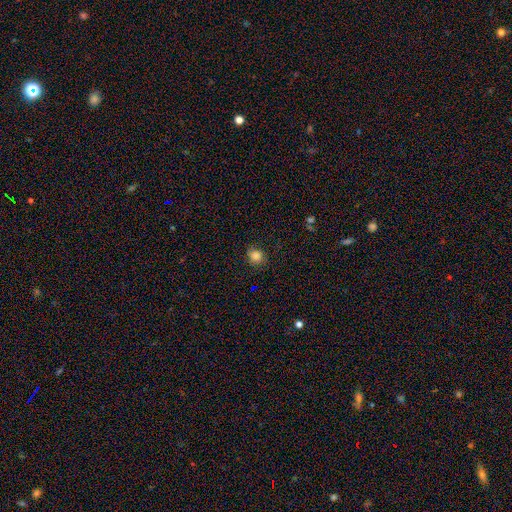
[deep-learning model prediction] Smooth or featured? smooth (84%)
How rounded? round (82%)
Merging? none (84%)